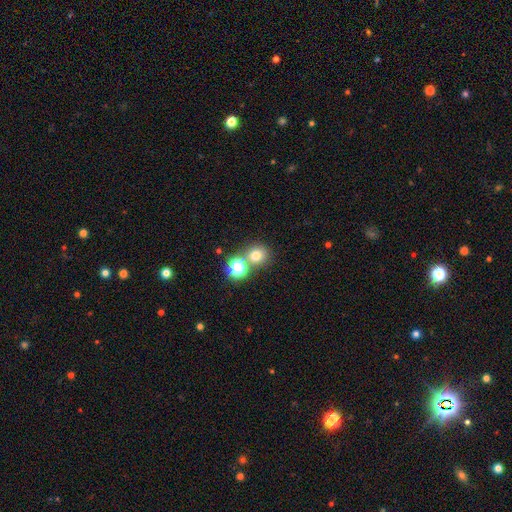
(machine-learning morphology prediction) The model was most divided on "merging": none: 64%, merger: 25%, minor disturbance: 8%, major disturbance: 3%. More confident: how rounded — round (85%); smooth or featured — smooth (71%).